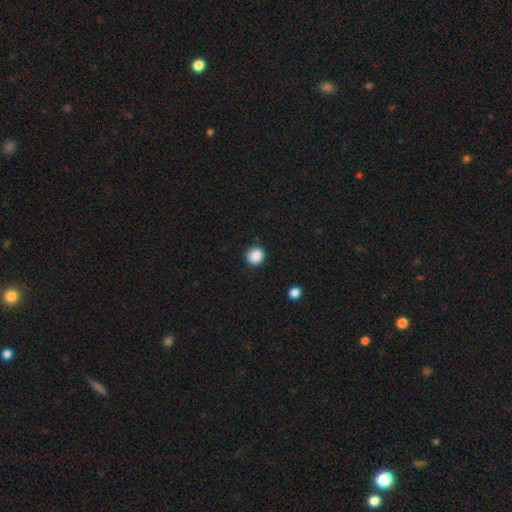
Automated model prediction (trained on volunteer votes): Smooth or featured?
  - smooth: 88% *
  - star or artifact: 9%
  - featured or disk: 3%
How rounded?
  - round: 92% *
  - in between: 8%
  - cigar-shaped: 1%
Merging?
  - none: 90% *
  - minor disturbance: 7%
  - major disturbance: 2%
  - merger: 1%